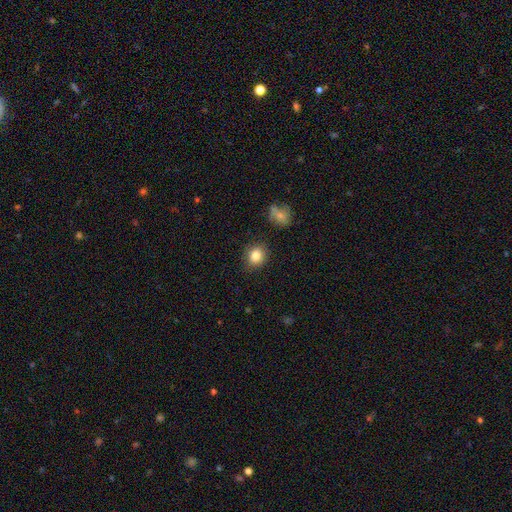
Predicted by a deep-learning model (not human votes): This appears to be a smooth galaxy with no disk features (83%) that is round (76%). Merging: none (87%).